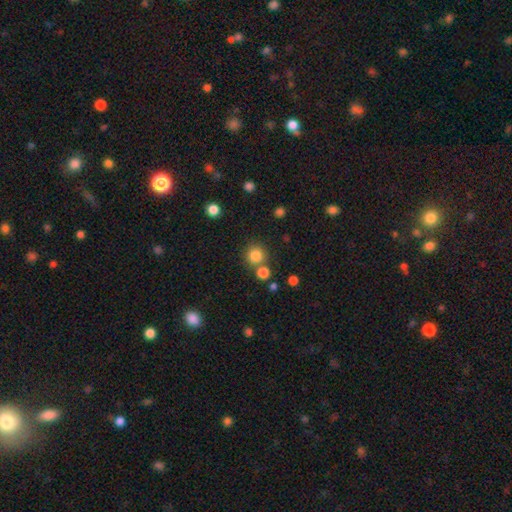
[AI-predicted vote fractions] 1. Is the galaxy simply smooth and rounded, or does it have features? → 82% smooth, 12% star or artifact, 5% featured or disk.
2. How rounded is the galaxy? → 92% round, 8% in between, 1% cigar-shaped.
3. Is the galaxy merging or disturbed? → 73% none, 15% merger, 9% minor disturbance, 3% major disturbance.